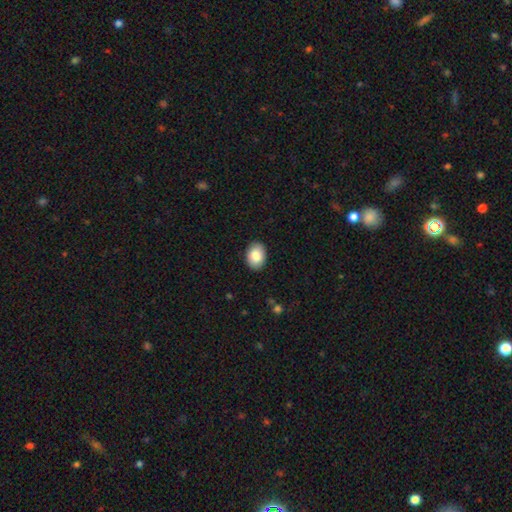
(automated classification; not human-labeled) Overall: smooth (85%). How rounded: in between (79%). Merging: none (90%).